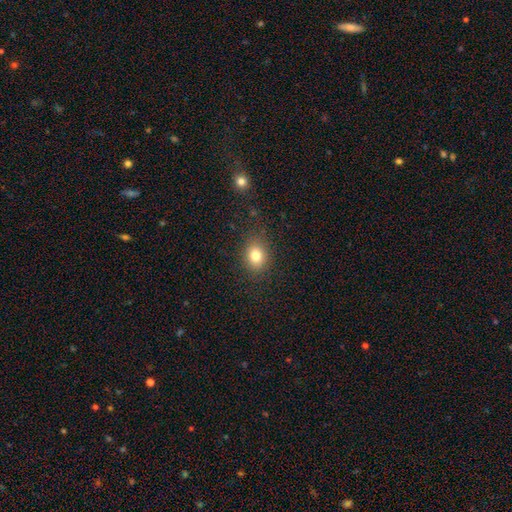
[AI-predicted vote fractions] Smooth or featured?
  - smooth: 80% *
  - star or artifact: 12%
  - featured or disk: 9%
How rounded?
  - in between: 55% *
  - round: 44%
  - cigar-shaped: 1%
Merging?
  - none: 85% *
  - minor disturbance: 11%
  - major disturbance: 4%
  - merger: 1%